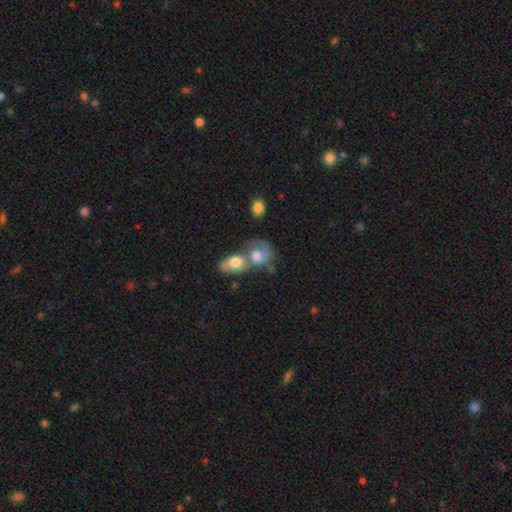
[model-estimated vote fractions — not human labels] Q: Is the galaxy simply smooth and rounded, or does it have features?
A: smooth — 60%.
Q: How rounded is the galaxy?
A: in between — 55%.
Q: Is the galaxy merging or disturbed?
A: merger — 73%.